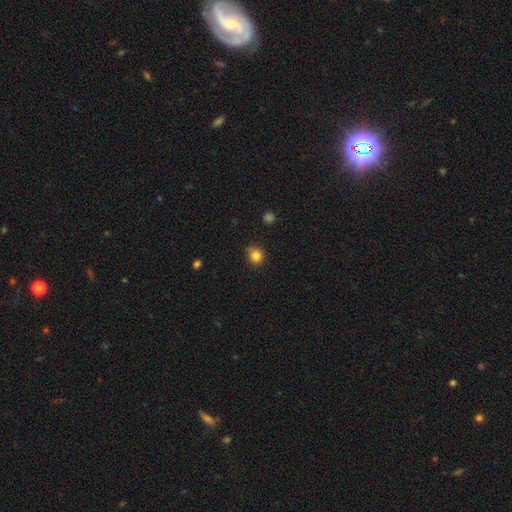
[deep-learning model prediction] Smooth or featured? smooth (83%)
How rounded? round (88%)
Merging? none (82%)